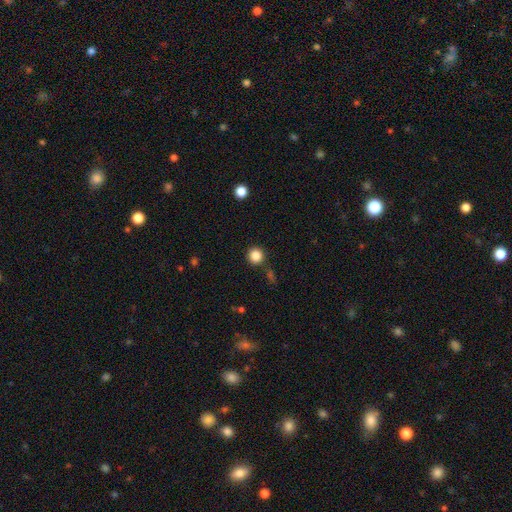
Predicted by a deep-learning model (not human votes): A smooth galaxy with no disk features (85%) that is round (95%). Merging: none (86%).